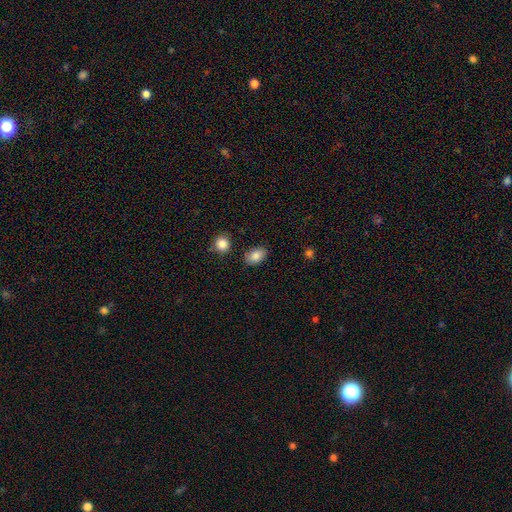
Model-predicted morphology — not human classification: smooth-or-featured: smooth: 86% | star or artifact: 8% | featured or disk: 6%
  how-rounded: in between: 85% | round: 14% | cigar-shaped: 1%
  merging: none: 83% | minor disturbance: 11% | merger: 3% | major disturbance: 3%